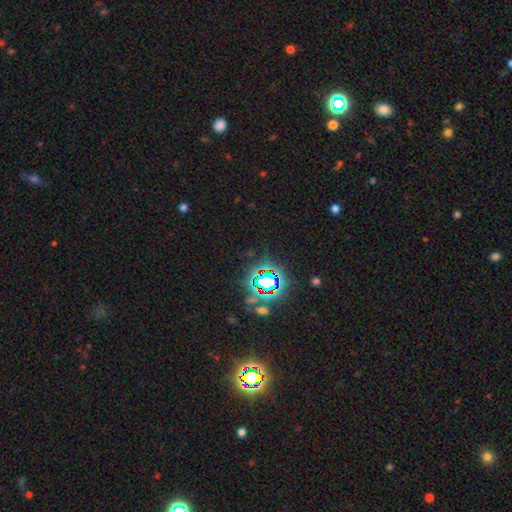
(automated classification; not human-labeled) Smooth or featured?
  - star or artifact: 81% *
  - smooth: 11%
  - featured or disk: 7%